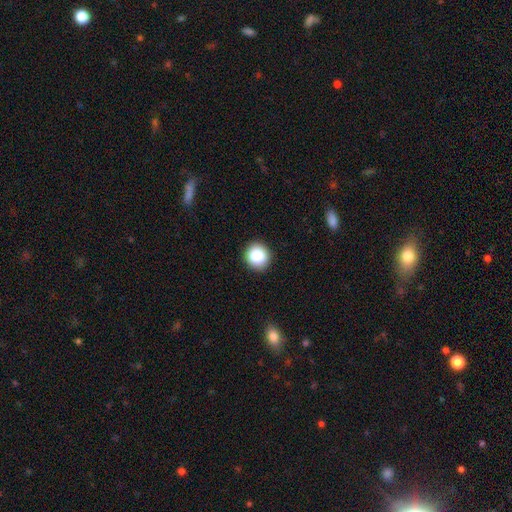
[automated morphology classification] This is clearly a smooth galaxy (87%). How rounded: clearly round (91%). Merging: clearly none (91%).